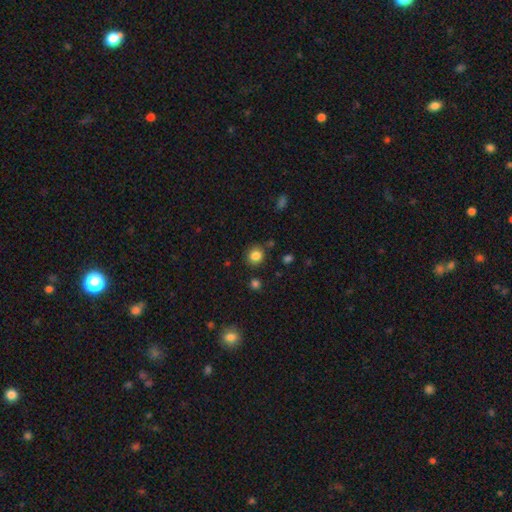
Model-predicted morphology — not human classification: smooth-or-featured: smooth: 84% | star or artifact: 11% | featured or disk: 5%
  how-rounded: round: 82% | in between: 17% | cigar-shaped: 1%
  merging: none: 85% | minor disturbance: 9% | merger: 4% | major disturbance: 3%